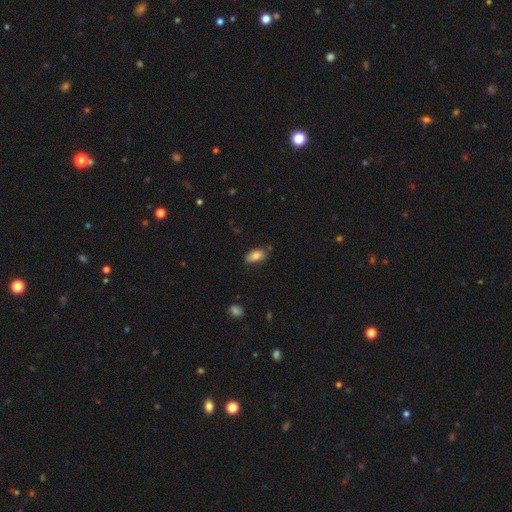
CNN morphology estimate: A smooth galaxy with no disk features (84%) that is in between round and cigar-shaped (91%).

Vote fractions:
- Smooth or featured? smooth: 84% / featured or disk: 9% / star or artifact: 8%
- How rounded? in between: 91% / cigar-shaped: 5% / round: 4%
- Merging? none: 71% / minor disturbance: 23% / major disturbance: 4% / merger: 3%